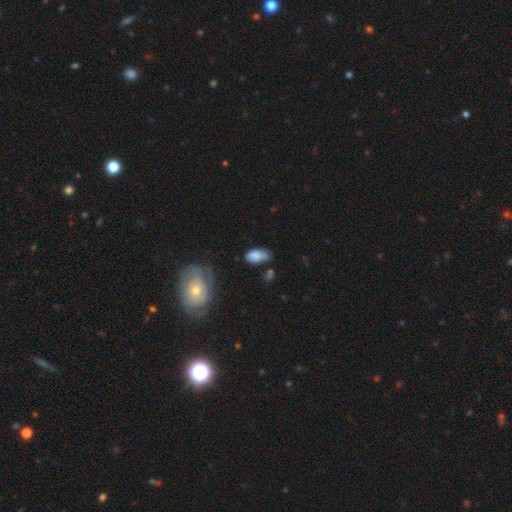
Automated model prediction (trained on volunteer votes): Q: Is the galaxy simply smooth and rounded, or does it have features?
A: smooth — 78%.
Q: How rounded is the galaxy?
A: in between — 92%.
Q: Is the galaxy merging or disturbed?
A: none — 49%.